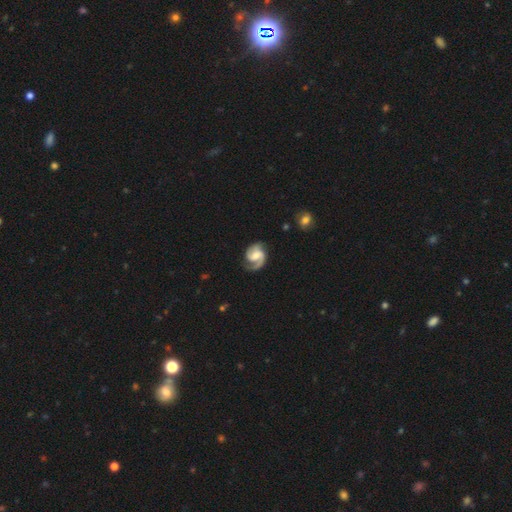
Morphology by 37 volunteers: Smooth or featured? featured or disk (86%)
Edge-on disk? no (100%)
Bar? weak (62%)
Spiral arms? yes (100%)
Spiral winding? medium (69%)
Spiral arm count? 2 (88%)
Bulge size? moderate (56%)
Merging? none (69%)